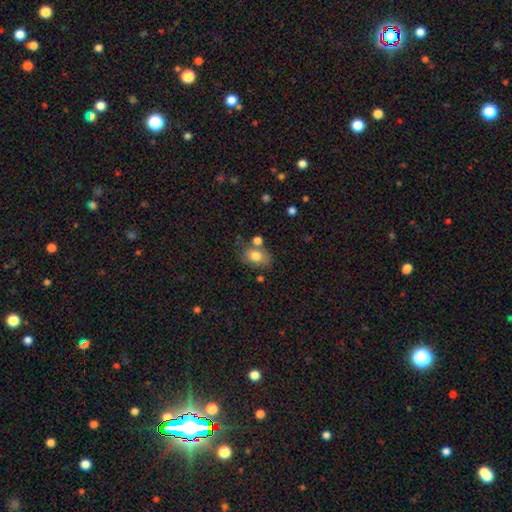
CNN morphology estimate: Smooth or featured: smooth — 78% (featured or disk — 13%)
How rounded: in between — 75% (round — 23%)
Merging: none — 61% (merger — 17%)